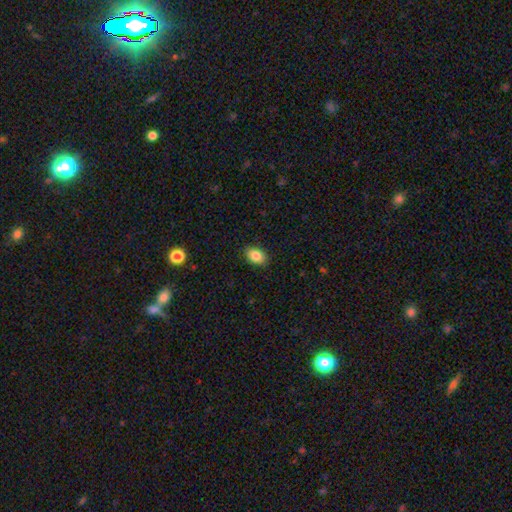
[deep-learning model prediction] The model was most divided on "how rounded": in between: 85%, round: 13%, cigar-shaped: 1%. More confident: merging — none (89%); smooth or featured — smooth (85%).